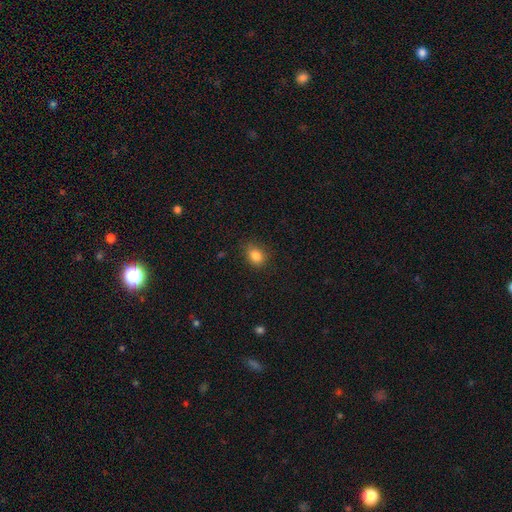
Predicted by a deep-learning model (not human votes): Smooth or featured? Predicted: smooth (p=0.85). How rounded? Predicted: in between (p=0.58). Merging? Predicted: none (p=0.80).